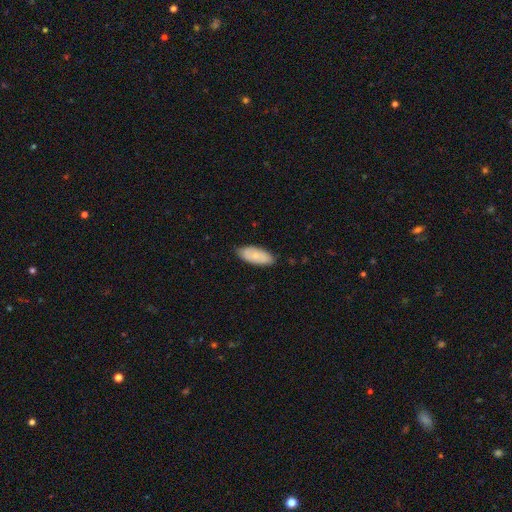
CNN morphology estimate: smooth-or-featured: smooth: 73% | featured or disk: 22% | star or artifact: 6%
  how-rounded: in between: 87% | cigar-shaped: 11% | round: 2%
  merging: none: 81% | minor disturbance: 15% | major disturbance: 2% | merger: 1%